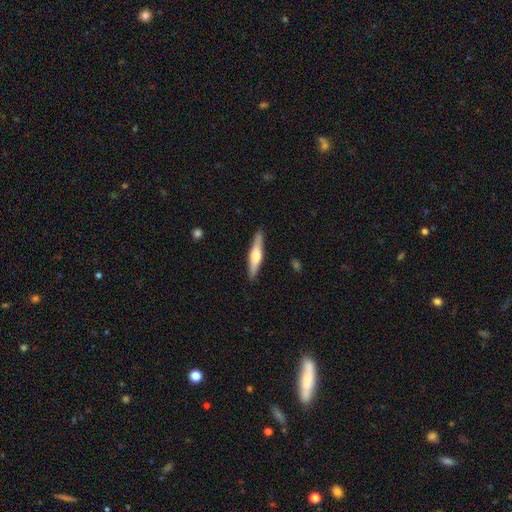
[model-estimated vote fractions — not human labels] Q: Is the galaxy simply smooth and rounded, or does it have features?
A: featured or disk — 55%.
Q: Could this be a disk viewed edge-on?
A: yes — 96%.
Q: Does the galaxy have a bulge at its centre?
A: rounded — 85%.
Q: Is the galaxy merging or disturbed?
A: none — 90%.